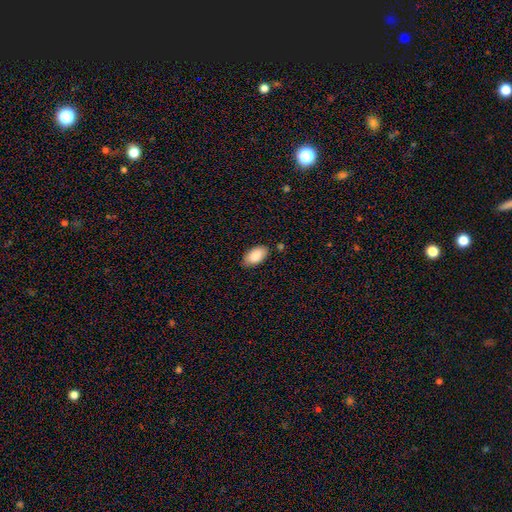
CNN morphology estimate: smooth-or-featured: smooth: 87% | featured or disk: 7% | star or artifact: 6%
  how-rounded: in between: 95% | round: 3% | cigar-shaped: 2%
  merging: none: 80% | minor disturbance: 15% | major disturbance: 3% | merger: 3%